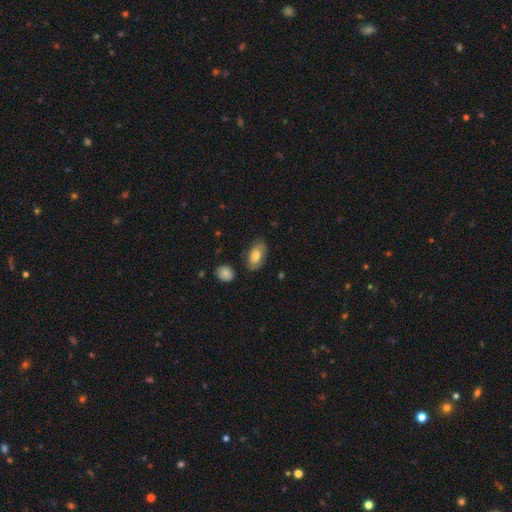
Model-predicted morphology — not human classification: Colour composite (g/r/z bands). It shows a smooth galaxy with no disk features (64%) that is in between round and cigar-shaped (92%). Merging: none (73%).